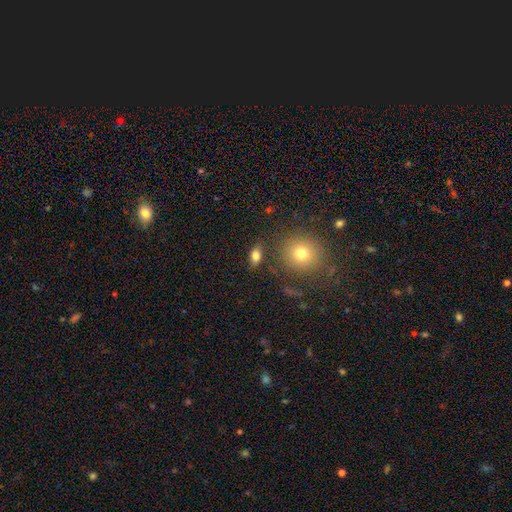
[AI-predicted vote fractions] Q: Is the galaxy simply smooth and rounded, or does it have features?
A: smooth — 78%.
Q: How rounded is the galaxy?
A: in between — 82%.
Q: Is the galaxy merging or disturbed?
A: none — 81%.